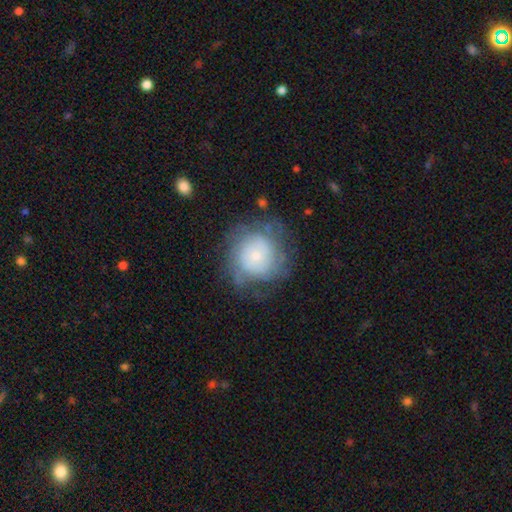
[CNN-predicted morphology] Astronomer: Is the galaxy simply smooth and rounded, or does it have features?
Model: featured or disk — 54% (runner-up: smooth, 37%).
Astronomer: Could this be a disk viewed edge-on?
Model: no — 97%.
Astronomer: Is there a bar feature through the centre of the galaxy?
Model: no — 83%.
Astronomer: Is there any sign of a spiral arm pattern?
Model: yes — 68%.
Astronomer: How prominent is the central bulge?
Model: small — 64%.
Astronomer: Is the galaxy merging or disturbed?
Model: none — 62%.